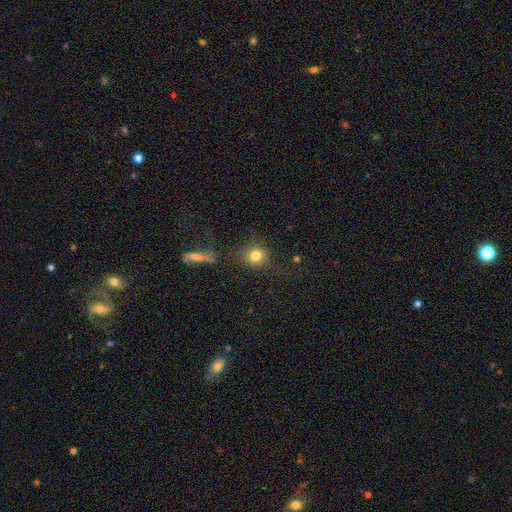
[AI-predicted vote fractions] Overall: smooth (79%). How rounded: round (84%). Merging: none (69%).